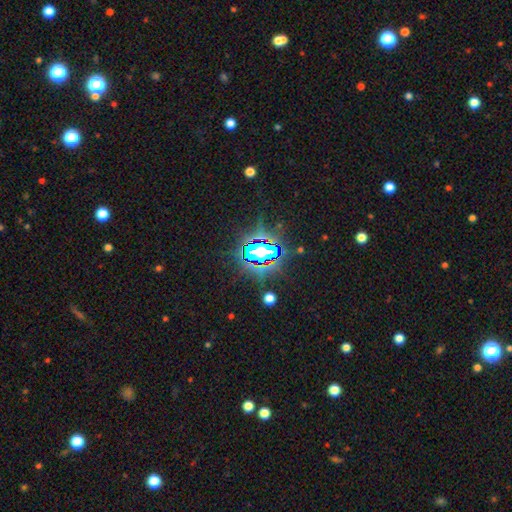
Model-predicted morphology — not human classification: This appears to be a star or artifact, not a galaxy (80%).